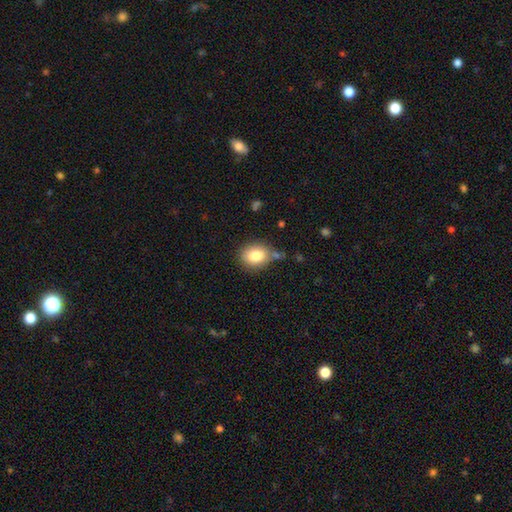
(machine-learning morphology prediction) This is clearly a smooth galaxy (83%). How rounded: possibly in between (53%). Merging: likely none (73%).